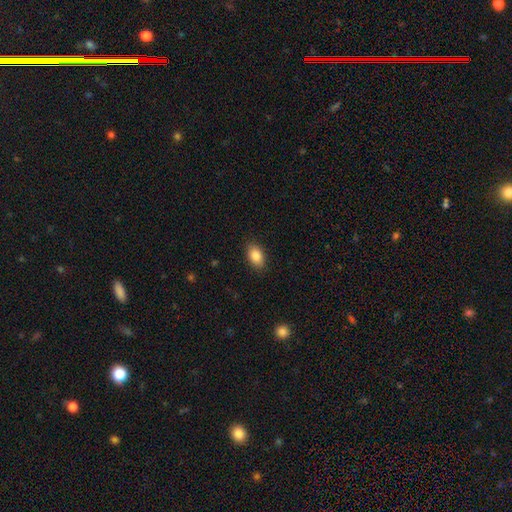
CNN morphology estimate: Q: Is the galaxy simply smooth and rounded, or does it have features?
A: smooth — 86%.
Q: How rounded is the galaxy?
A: in between — 89%.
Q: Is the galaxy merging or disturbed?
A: none — 87%.